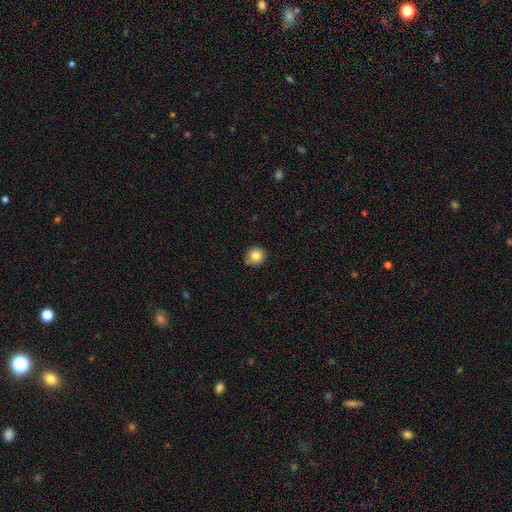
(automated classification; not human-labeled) Smooth or featured: smooth — 84% (star or artifact — 9%)
How rounded: round — 87% (in between — 12%)
Merging: none — 86% (minor disturbance — 11%)